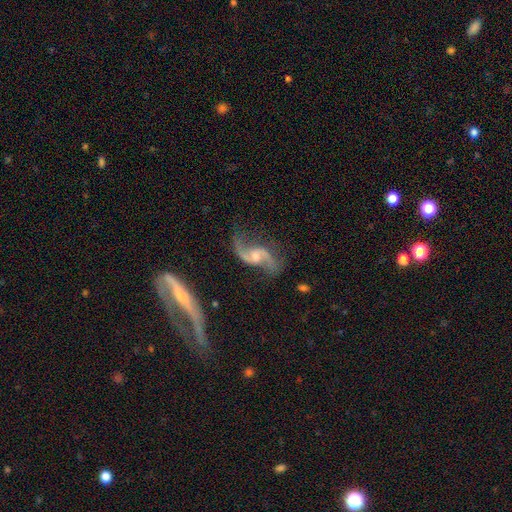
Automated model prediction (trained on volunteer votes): featured or disk 90%, star or artifact 5%, smooth 4%. Down the decision tree: edge-on disk — no (96%); bar — no (50%); spiral arms — yes (97%); spiral arm count — 2 (93%); spiral winding — loose (77%); bulge size — small (47%); merging — none (70%).